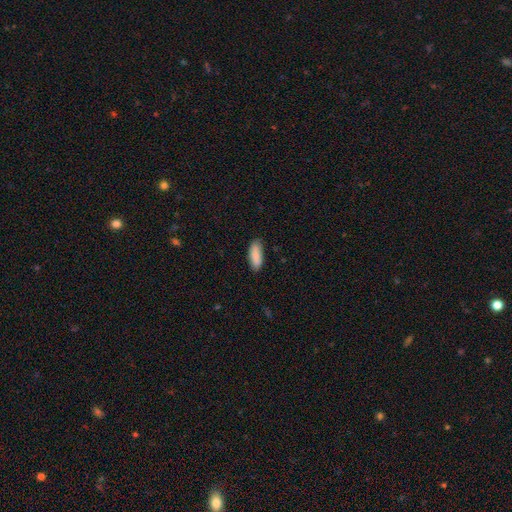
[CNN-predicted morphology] Smooth or featured? Predicted: smooth (p=0.89). How rounded? Predicted: in between (p=0.72). Merging? Predicted: none (p=0.86).